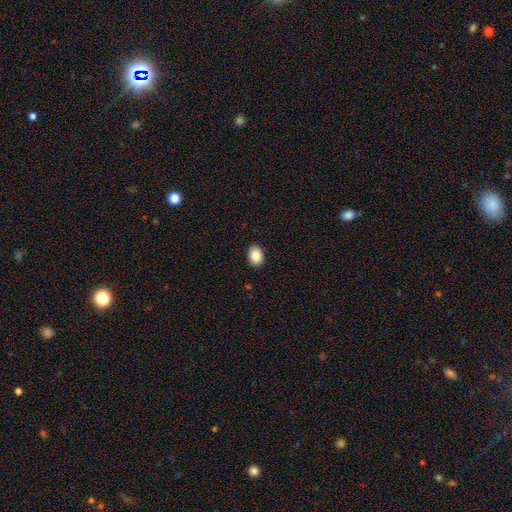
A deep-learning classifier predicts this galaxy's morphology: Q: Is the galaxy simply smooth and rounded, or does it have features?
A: smooth — 89%.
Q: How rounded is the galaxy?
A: in between — 76%.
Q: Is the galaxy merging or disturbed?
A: none — 90%.